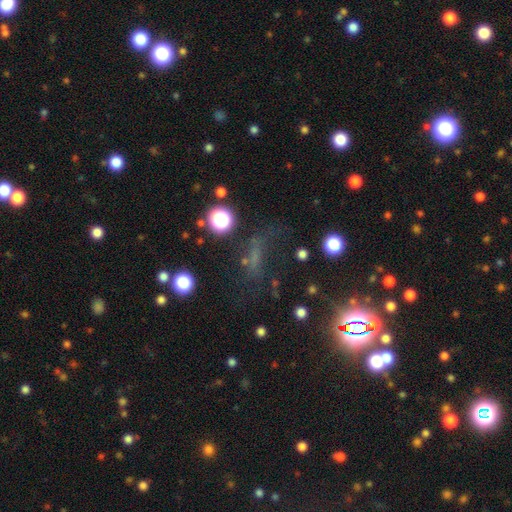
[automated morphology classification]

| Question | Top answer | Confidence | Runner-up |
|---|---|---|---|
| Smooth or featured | star or artifact | 49% | smooth (32%) |